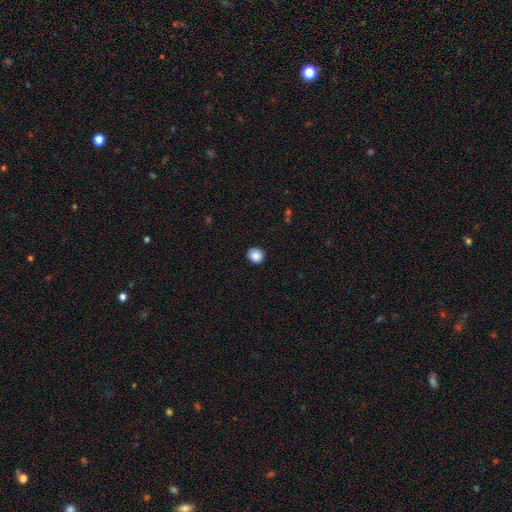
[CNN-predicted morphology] smooth_or_featured: smooth (p=0.87) [alt: star or artifact p=0.09]
how_rounded: round (p=0.80) [alt: in between p=0.20]
merging: none (p=0.89) [alt: minor disturbance p=0.08]